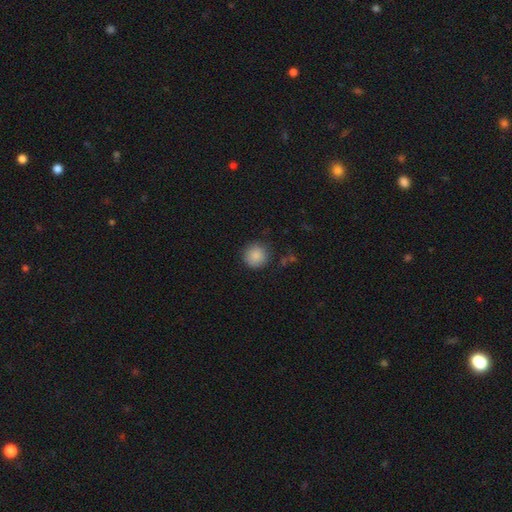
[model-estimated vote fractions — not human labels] A smooth galaxy with no disk features (88%) that is round (94%).

Vote fractions:
- Smooth or featured? smooth: 88% / star or artifact: 8% / featured or disk: 4%
- How rounded? round: 94% / in between: 5% / cigar-shaped: 1%
- Merging? none: 87% / minor disturbance: 9% / major disturbance: 3% / merger: 2%